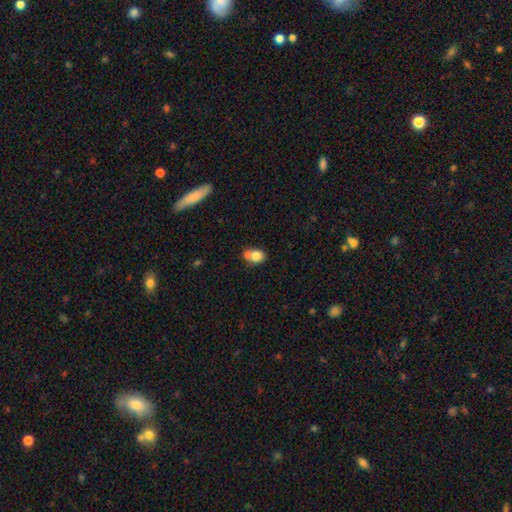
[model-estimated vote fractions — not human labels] A smooth galaxy with no disk features (77%) that is in between round and cigar-shaped (58%).

Vote fractions:
- Smooth or featured? smooth: 77% / featured or disk: 13% / star or artifact: 9%
- How rounded? in between: 58% / round: 41% / cigar-shaped: 1%
- Merging? merger: 42% / none: 37% / minor disturbance: 15% / major disturbance: 6%